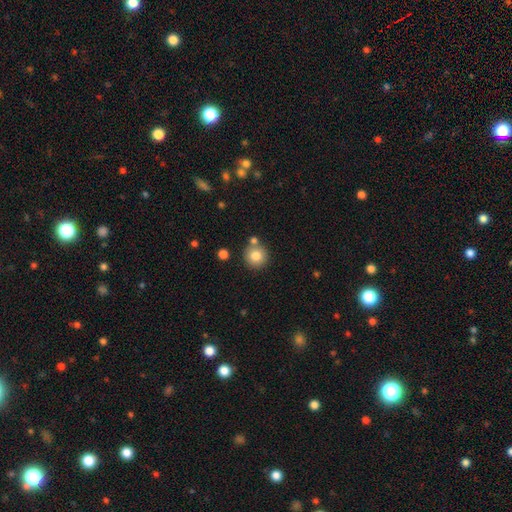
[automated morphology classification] This is clearly a smooth galaxy (81%). How rounded: clearly round (94%). Merging: likely none (76%).